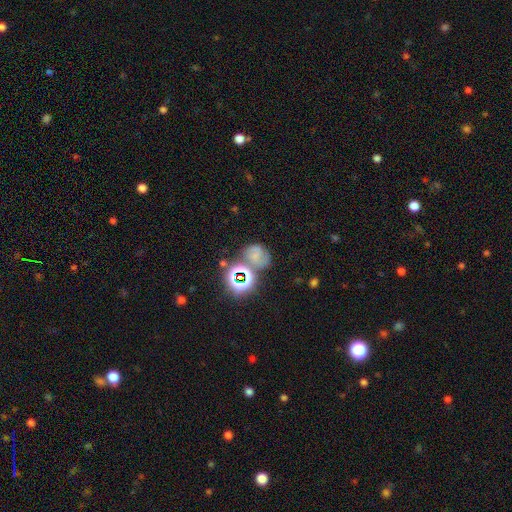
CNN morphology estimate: smooth 43%, star or artifact 30%, featured or disk 27%. Down the decision tree: merging — none (48%).